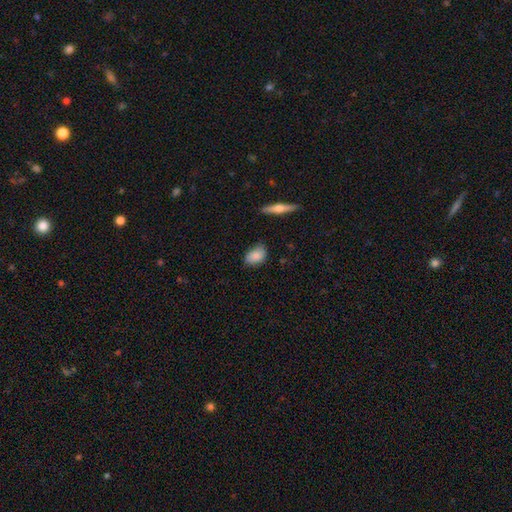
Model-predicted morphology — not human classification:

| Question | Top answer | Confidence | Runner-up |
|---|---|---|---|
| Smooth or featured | smooth | 84% | featured or disk (10%) |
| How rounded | in between | 86% | round (11%) |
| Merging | none | 70% | minor disturbance (24%) |